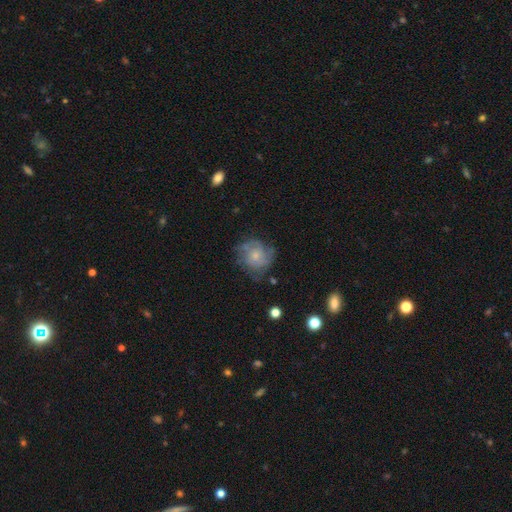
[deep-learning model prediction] Smooth or featured? Predicted: featured or disk (p=0.54). Edge-on disk? Predicted: no (p=0.98). Bar? Predicted: no (p=0.81). Spiral arms? Predicted: yes (p=0.74). Bulge size? Predicted: small (p=0.63). Merging? Predicted: none (p=0.60).